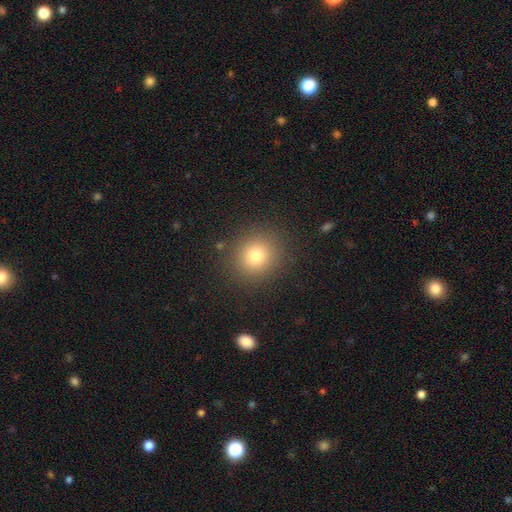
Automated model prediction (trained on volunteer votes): smooth-or-featured: smooth: 79% | star or artifact: 13% | featured or disk: 8%
  how-rounded: round: 84% | in between: 15% | cigar-shaped: 1%
  merging: none: 88% | minor disturbance: 7% | major disturbance: 3% | merger: 2%